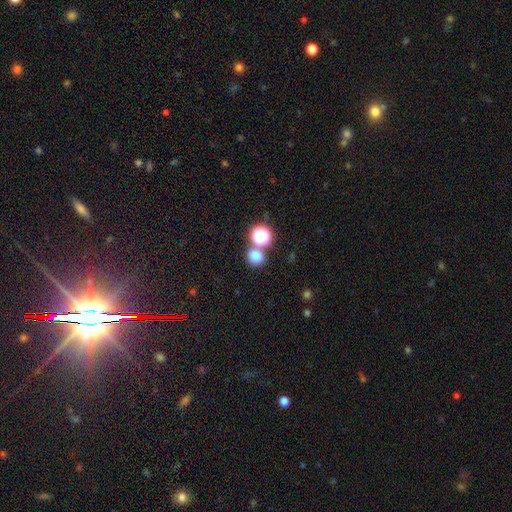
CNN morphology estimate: type=smooth (76%); roundness=round (83%); merging=none (67%).